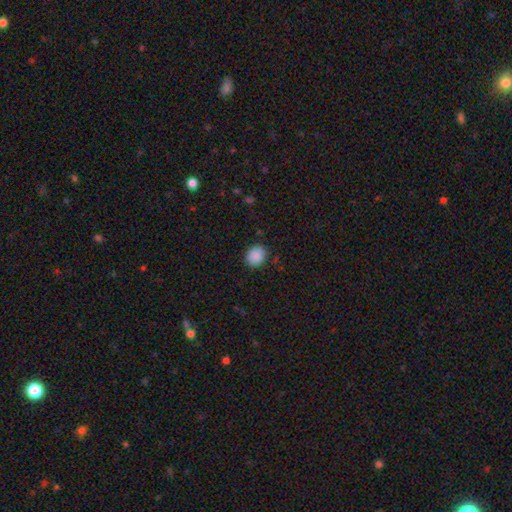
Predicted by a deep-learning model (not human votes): Smooth or featured? Predicted: smooth (p=0.89). How rounded? Predicted: round (p=0.61). Merging? Predicted: none (p=0.87).